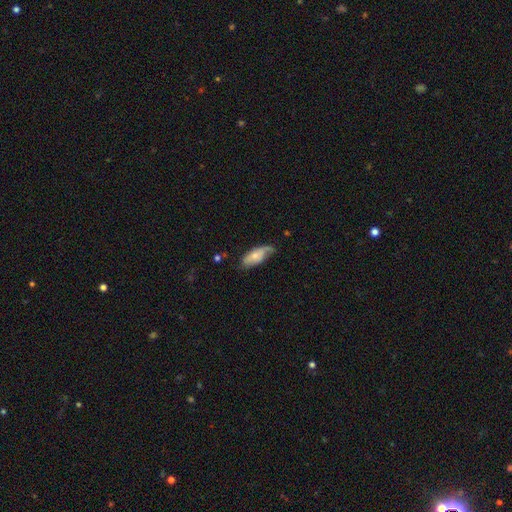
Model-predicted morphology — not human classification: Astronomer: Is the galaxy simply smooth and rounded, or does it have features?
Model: smooth — 52% (runner-up: featured or disk, 42%).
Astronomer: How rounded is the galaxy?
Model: in between — 84%.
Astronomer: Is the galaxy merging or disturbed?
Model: none — 47% (runner-up: minor disturbance, 35%).